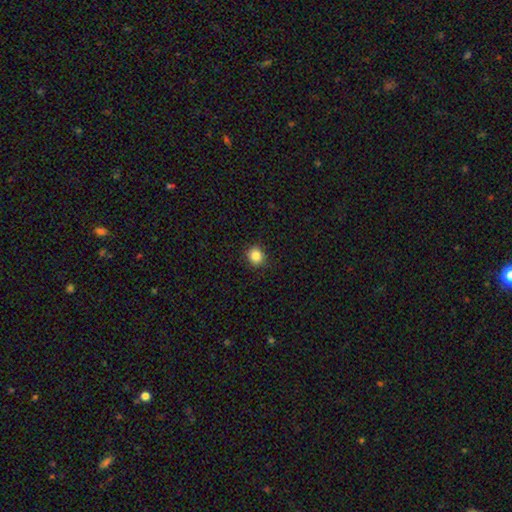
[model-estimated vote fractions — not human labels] Overall: smooth (85%). How rounded: round (87%). Merging: none (90%).